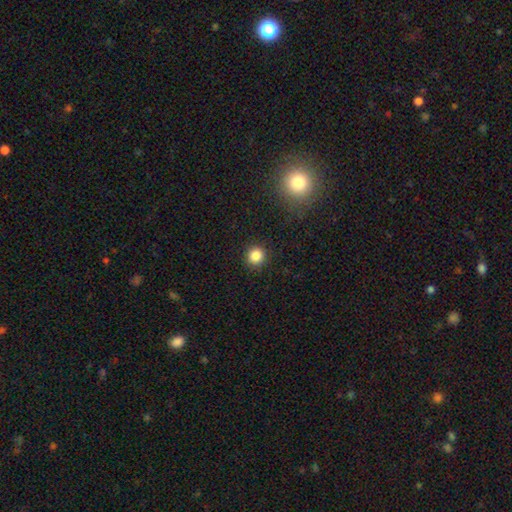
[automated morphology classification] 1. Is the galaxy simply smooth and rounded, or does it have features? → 84% smooth, 12% star or artifact, 4% featured or disk.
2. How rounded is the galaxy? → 90% round, 9% in between, 1% cigar-shaped.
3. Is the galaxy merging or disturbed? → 91% none, 6% minor disturbance, 2% major disturbance, 1% merger.